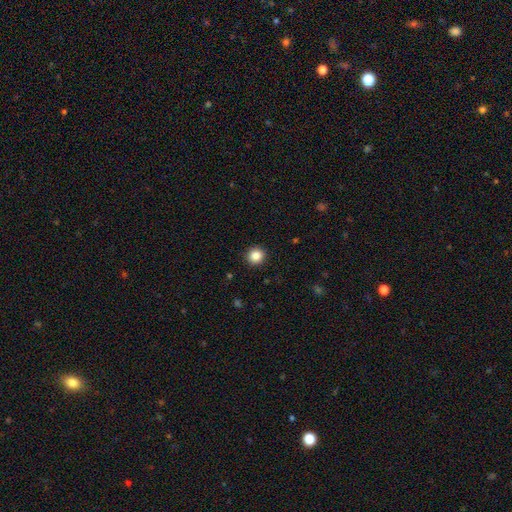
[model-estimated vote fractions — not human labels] Q: Smooth or featured?
A: smooth (86%); runner-up: star or artifact (10%)
Q: How rounded?
A: round (93%); runner-up: in between (6%)
Q: Merging?
A: none (92%); runner-up: minor disturbance (5%)